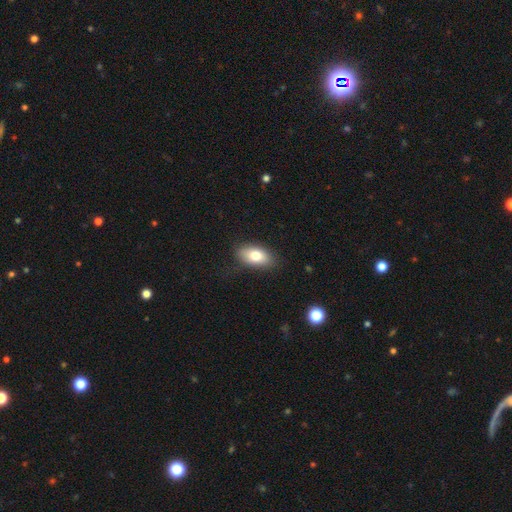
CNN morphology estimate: smooth_or_featured: smooth (p=0.77) [alt: featured or disk p=0.15]
how_rounded: in between (p=0.90) [alt: round p=0.06]
merging: none (p=0.82) [alt: minor disturbance p=0.13]